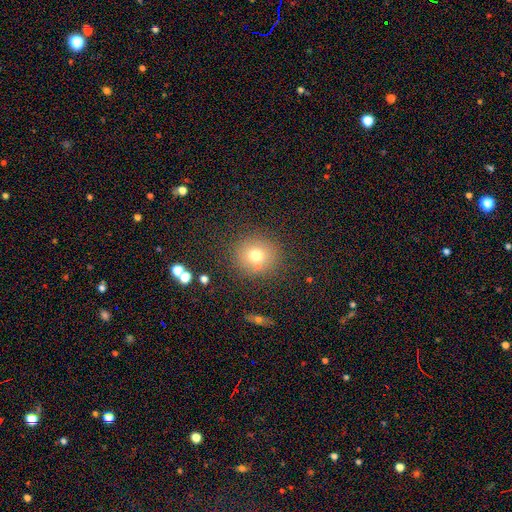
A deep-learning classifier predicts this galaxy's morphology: The model was most divided on "smooth or featured": smooth: 71%, star or artifact: 16%, featured or disk: 13%. More confident: how rounded — round (88%); merging — none (78%).